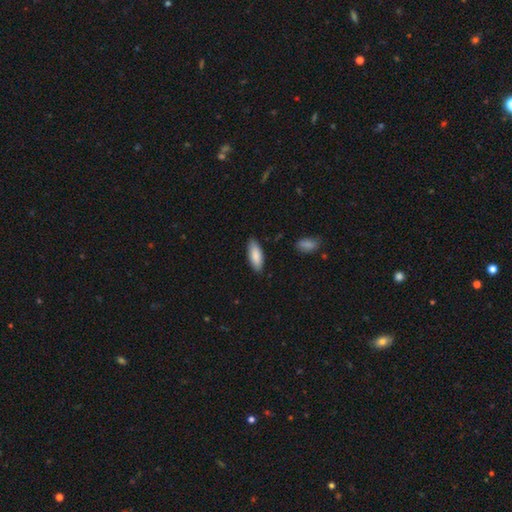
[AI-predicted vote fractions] smooth 86%, featured or disk 8%, star or artifact 6%. Down the decision tree: how rounded — in between (75%); merging — none (85%).